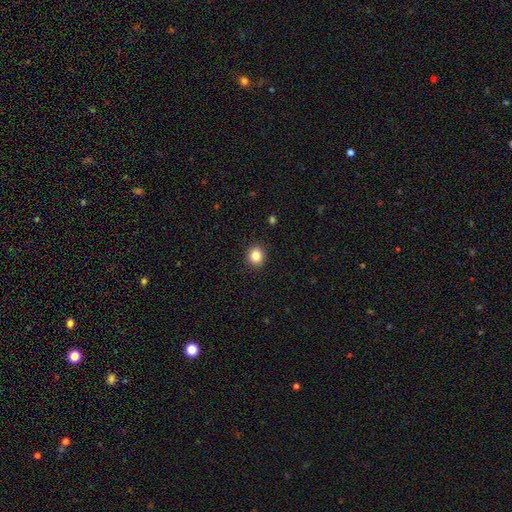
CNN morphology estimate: smooth_or_featured: smooth (p=0.85) [alt: star or artifact p=0.10]
how_rounded: round (p=0.81) [alt: in between p=0.18]
merging: none (p=0.91) [alt: minor disturbance p=0.06]